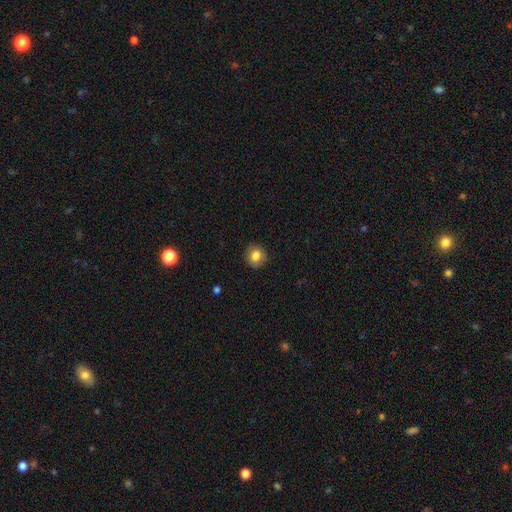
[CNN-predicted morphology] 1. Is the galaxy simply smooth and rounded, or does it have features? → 83% smooth, 9% star or artifact, 8% featured or disk.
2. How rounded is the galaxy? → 77% round, 22% in between, 1% cigar-shaped.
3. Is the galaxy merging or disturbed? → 86% none, 10% minor disturbance, 2% major disturbance, 1% merger.